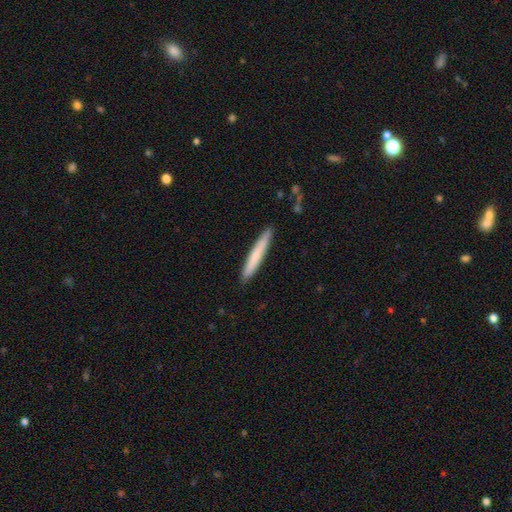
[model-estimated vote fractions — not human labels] Smooth or featured?
  - smooth: 71% *
  - featured or disk: 24%
  - star or artifact: 5%
How rounded?
  - cigar-shaped: 96% *
  - in between: 3%
  - round: 1%
Merging?
  - none: 90% *
  - minor disturbance: 7%
  - major disturbance: 1%
  - merger: 1%